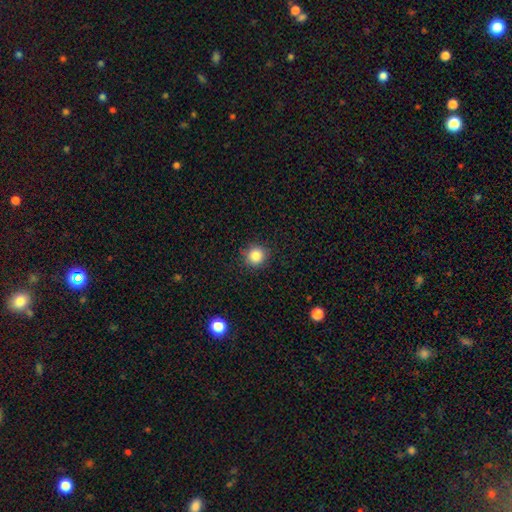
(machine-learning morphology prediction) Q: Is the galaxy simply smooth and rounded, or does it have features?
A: smooth — 86%.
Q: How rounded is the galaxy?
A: round — 94%.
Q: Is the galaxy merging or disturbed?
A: none — 90%.